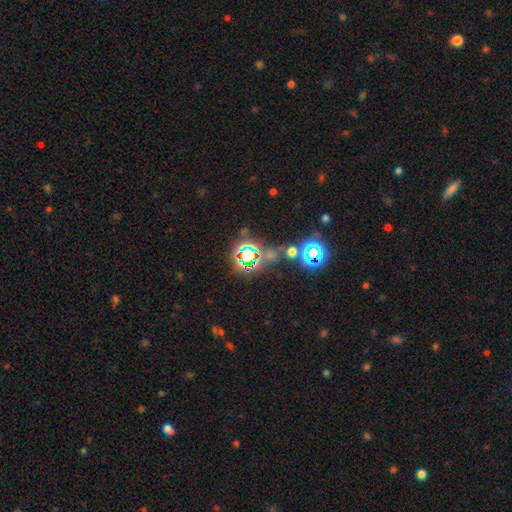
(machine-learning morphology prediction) Overall: star or artifact (59%; smooth 31%).